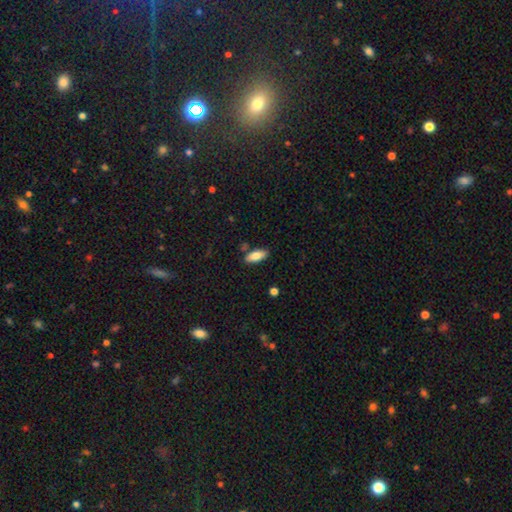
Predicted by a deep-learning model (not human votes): smooth_or_featured: smooth (p=0.81) [alt: featured or disk p=0.12]
how_rounded: in between (p=0.80) [alt: cigar-shaped p=0.18]
merging: none (p=0.82) [alt: minor disturbance p=0.11]